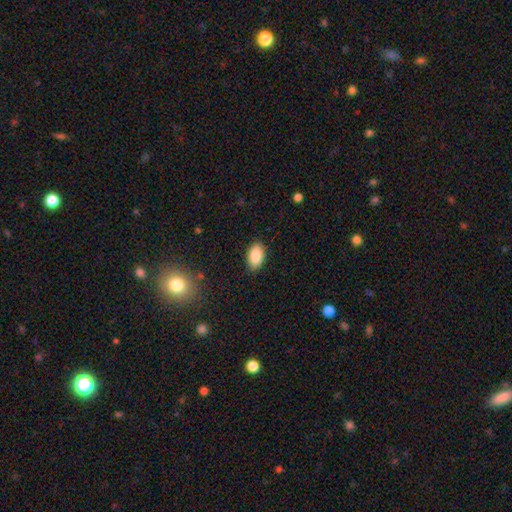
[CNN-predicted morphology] Smooth or featured? smooth (87%)
How rounded? in between (93%)
Merging? none (87%)